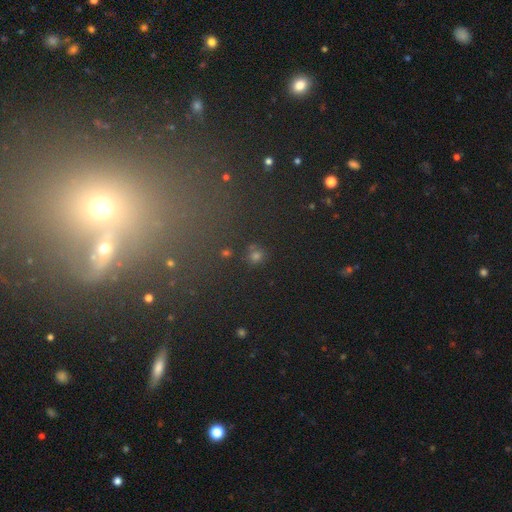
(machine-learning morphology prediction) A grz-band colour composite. It shows a smooth galaxy with no disk features (61%) that is round (89%). Merging: none (84%).